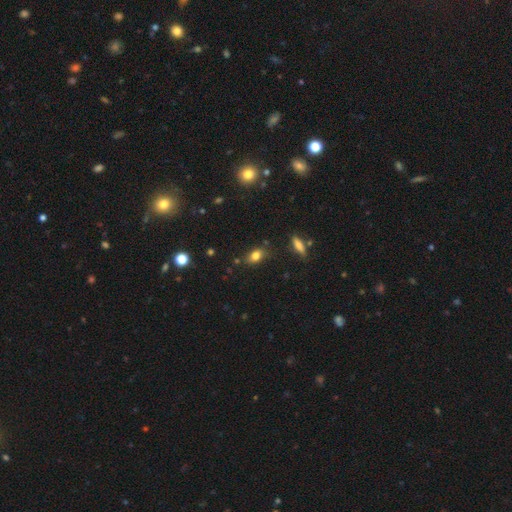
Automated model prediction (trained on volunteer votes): Overall: smooth (80%). How rounded: in between (75%). Merging: none (77%).